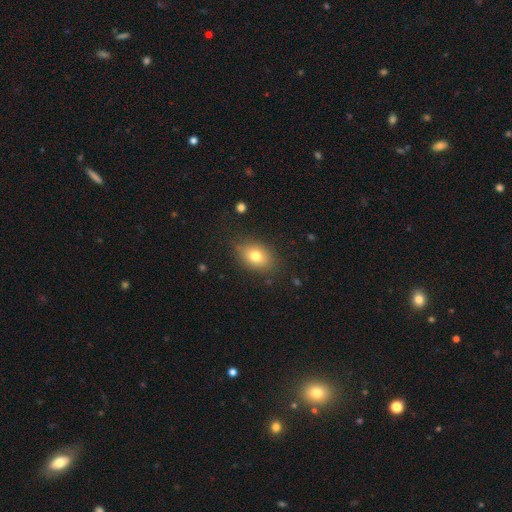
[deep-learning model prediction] Smooth or featured? Predicted: smooth (p=0.75). How rounded? Predicted: in between (p=0.74). Merging? Predicted: none (p=0.81).